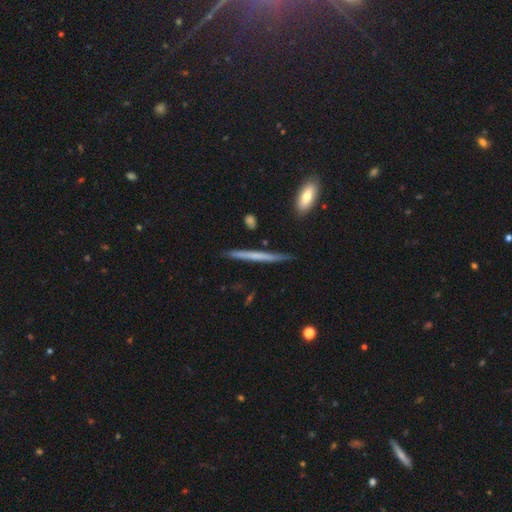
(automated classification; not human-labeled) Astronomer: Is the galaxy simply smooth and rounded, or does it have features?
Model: featured or disk — 49% (runner-up: smooth, 45%).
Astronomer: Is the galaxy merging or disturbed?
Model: none — 87%.